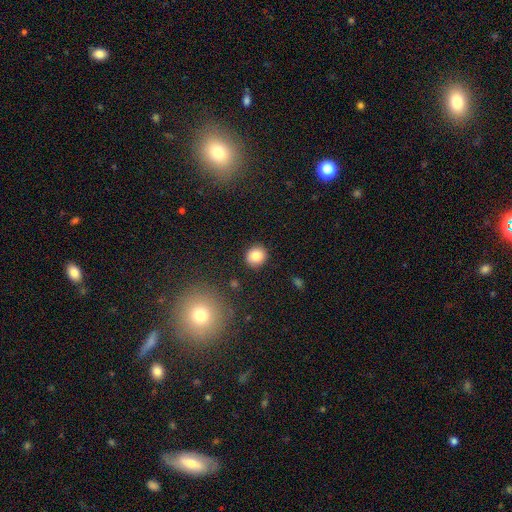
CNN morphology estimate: The model was most divided on "how rounded": round: 85%, in between: 14%, cigar-shaped: 1%. More confident: merging — none (89%); smooth or featured — smooth (85%).